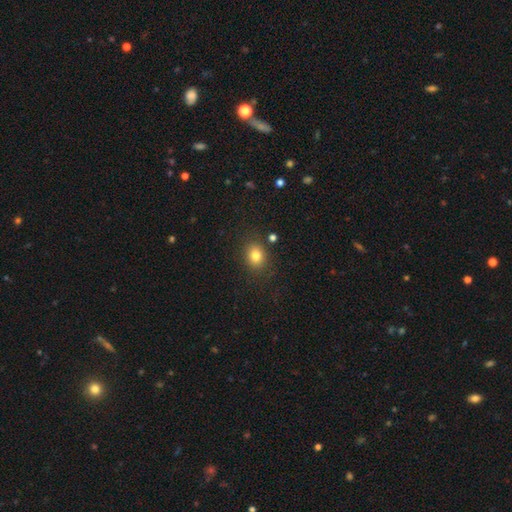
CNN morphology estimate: Q: Smooth or featured?
A: smooth (80%); runner-up: star or artifact (12%)
Q: How rounded?
A: round (57%); runner-up: in between (42%)
Q: Merging?
A: none (84%); runner-up: minor disturbance (10%)